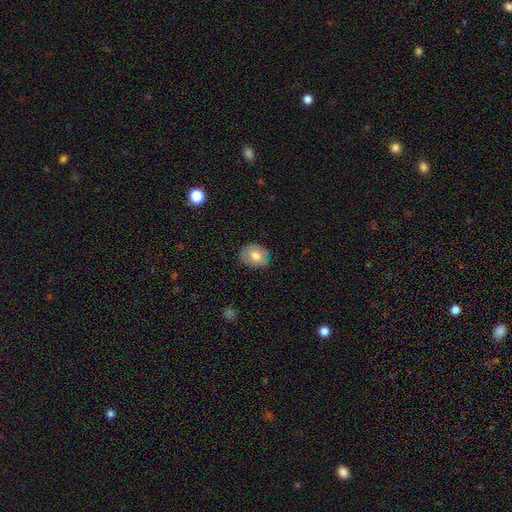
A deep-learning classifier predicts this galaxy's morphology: Q: Smooth or featured?
A: smooth (71%); runner-up: featured or disk (22%)
Q: How rounded?
A: in between (60%); runner-up: round (39%)
Q: Merging?
A: none (76%); runner-up: minor disturbance (19%)